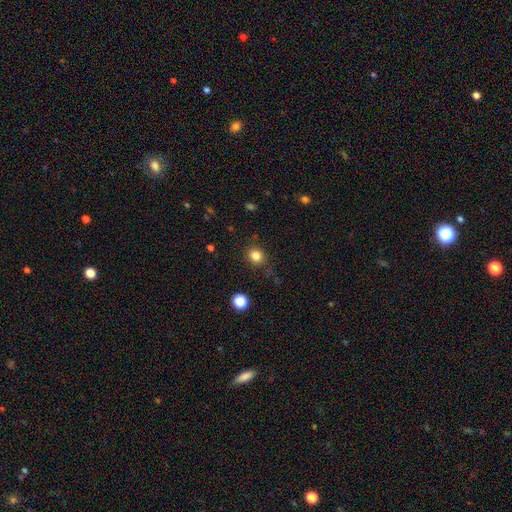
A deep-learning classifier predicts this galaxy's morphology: Q: Smooth or featured?
A: smooth (83%); runner-up: star or artifact (13%)
Q: How rounded?
A: round (79%); runner-up: in between (20%)
Q: Merging?
A: none (85%); runner-up: minor disturbance (10%)